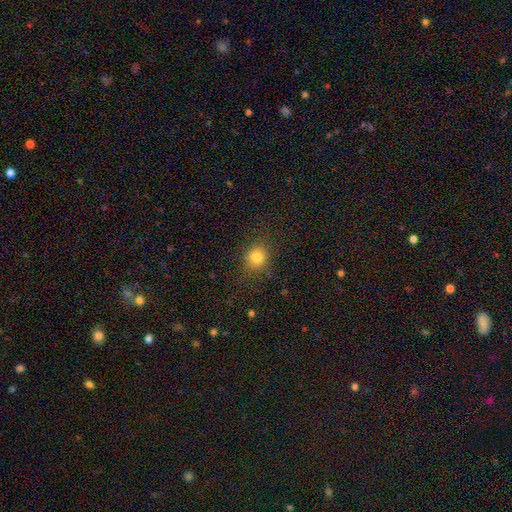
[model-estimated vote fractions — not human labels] Q: Smooth or featured?
A: smooth (79%); runner-up: star or artifact (15%)
Q: How rounded?
A: round (80%); runner-up: in between (19%)
Q: Merging?
A: none (83%); runner-up: minor disturbance (12%)